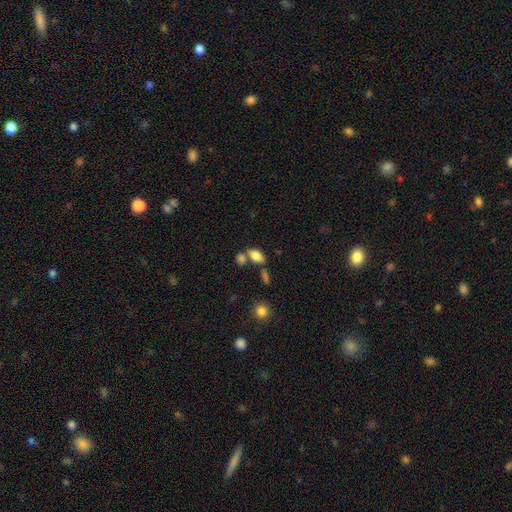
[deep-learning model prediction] Overall: smooth (81%). How rounded: in between (89%). Merging: none (50%; merger 32%).